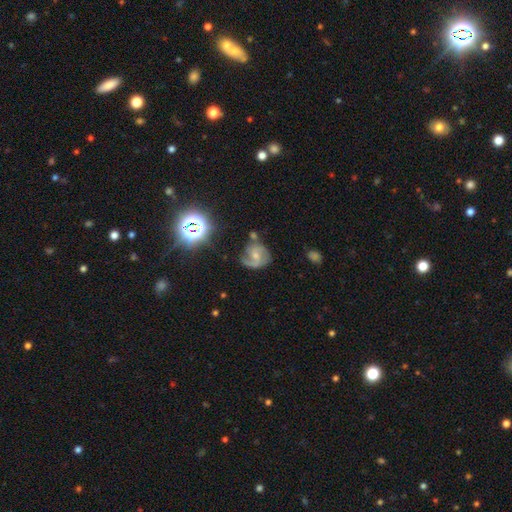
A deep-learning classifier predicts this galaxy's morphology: Smooth or featured? Predicted: featured or disk (p=0.71). Edge-on disk? Predicted: no (p=0.98). Bar? Predicted: no (p=0.57). Spiral arms? Predicted: yes (p=0.92). Spiral winding? Predicted: medium (p=0.48). Spiral arm count? Predicted: 2 (p=0.54). Bulge size? Predicted: small (p=0.51). Merging? Predicted: none (p=0.53).